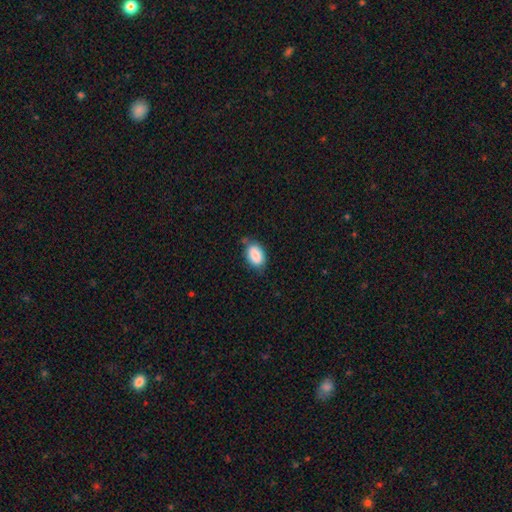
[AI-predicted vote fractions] A smooth galaxy with no disk features (85%) that is in between round and cigar-shaped (86%). Merging: none (65%).